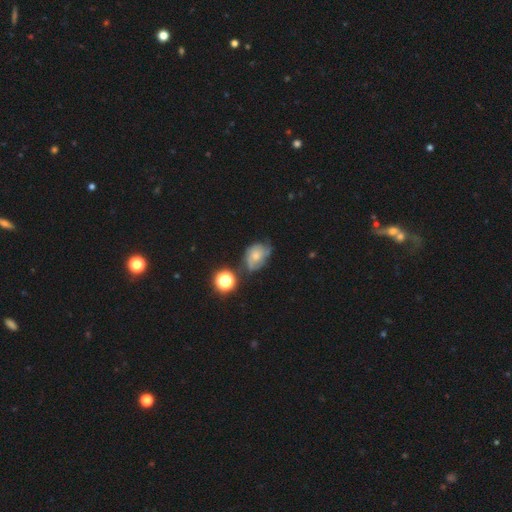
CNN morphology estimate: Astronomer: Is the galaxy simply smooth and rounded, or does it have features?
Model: featured or disk — 48% (runner-up: smooth, 38%).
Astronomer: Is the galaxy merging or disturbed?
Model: none — 42% (runner-up: minor disturbance, 33%).